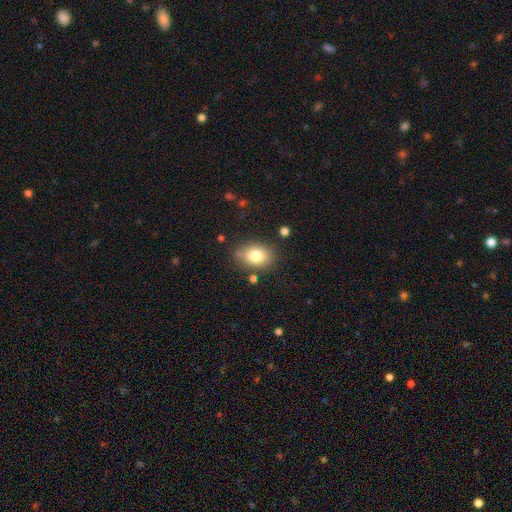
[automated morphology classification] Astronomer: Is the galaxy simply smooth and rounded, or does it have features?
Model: smooth — 80%.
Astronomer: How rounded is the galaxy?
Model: in between — 73%.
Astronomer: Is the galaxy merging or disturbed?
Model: none — 77%.